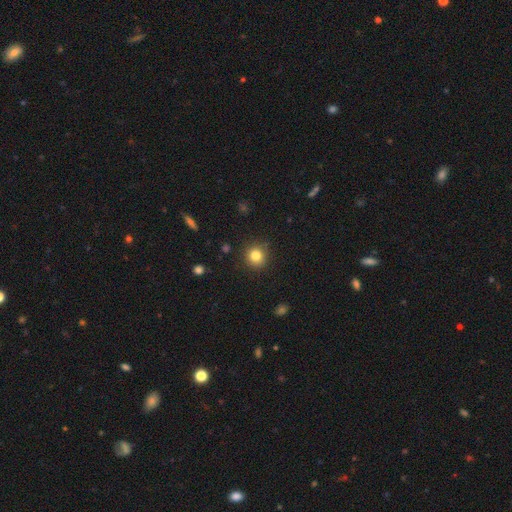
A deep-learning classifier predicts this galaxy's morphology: type=smooth (82%); roundness=round (91%); merging=none (89%).